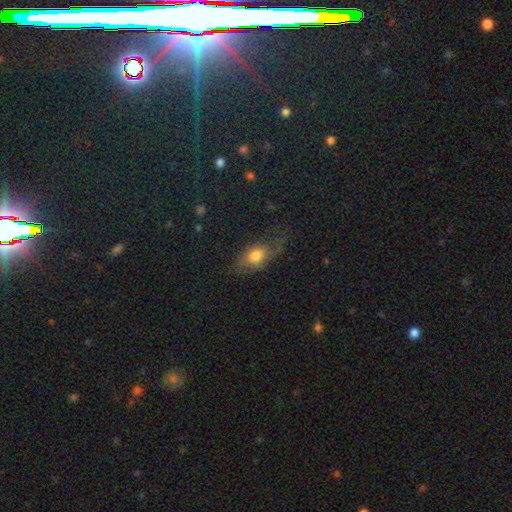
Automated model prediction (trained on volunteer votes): Smooth or featured? Predicted: smooth (p=0.60). How rounded? Predicted: in between (p=0.79). Merging? Predicted: none (p=0.50).